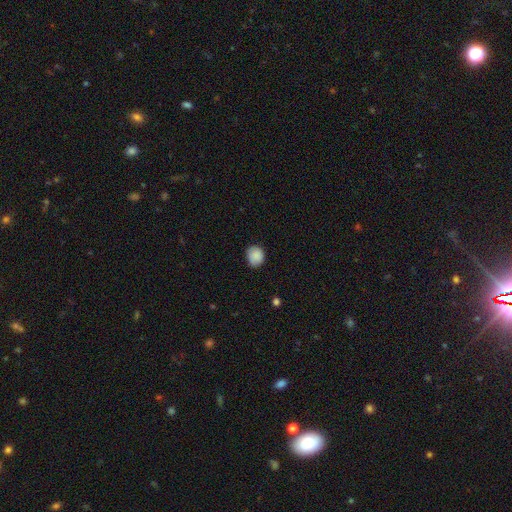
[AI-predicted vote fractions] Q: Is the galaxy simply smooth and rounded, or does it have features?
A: smooth — 86%.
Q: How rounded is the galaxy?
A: round — 66%.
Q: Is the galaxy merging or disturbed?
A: none — 72%.